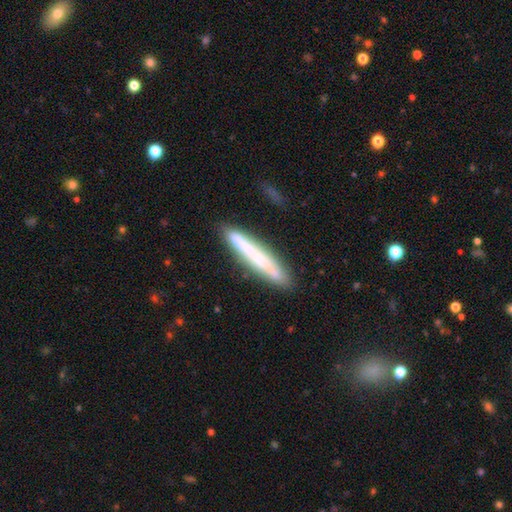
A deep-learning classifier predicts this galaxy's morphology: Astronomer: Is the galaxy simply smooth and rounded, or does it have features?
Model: smooth — 47% (runner-up: featured or disk, 46%).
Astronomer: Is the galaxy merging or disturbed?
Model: none — 82%.